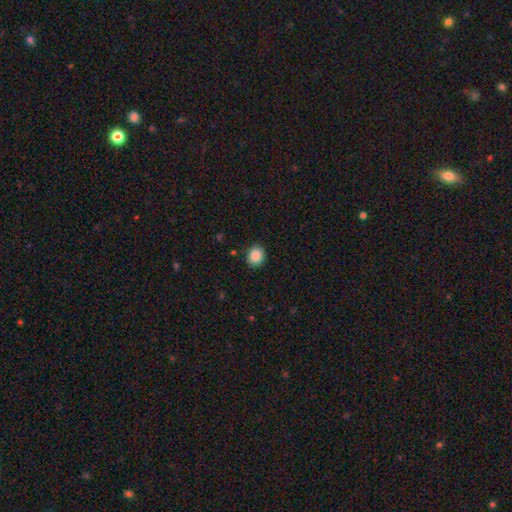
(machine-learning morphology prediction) Smooth or featured?
  - smooth: 88% *
  - star or artifact: 9%
  - featured or disk: 3%
How rounded?
  - round: 76% *
  - in between: 23%
  - cigar-shaped: 1%
Merging?
  - none: 89% *
  - minor disturbance: 7%
  - major disturbance: 2%
  - merger: 1%